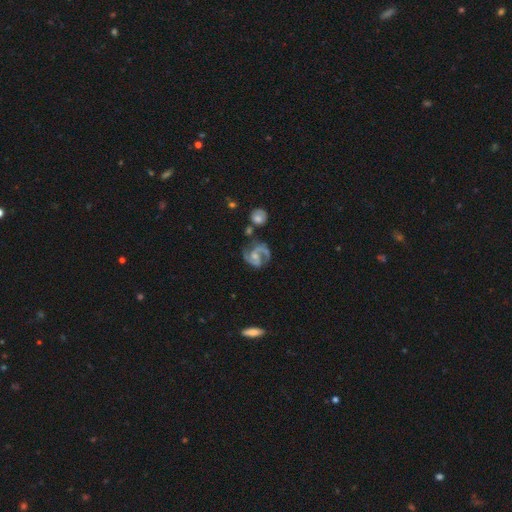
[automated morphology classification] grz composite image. It shows a featured or disk galaxy (90%) with no bar (45%), 2 (89%) medium (60%) spiral arms (97%) and a small central bulge (47%). Merging: none (64%).